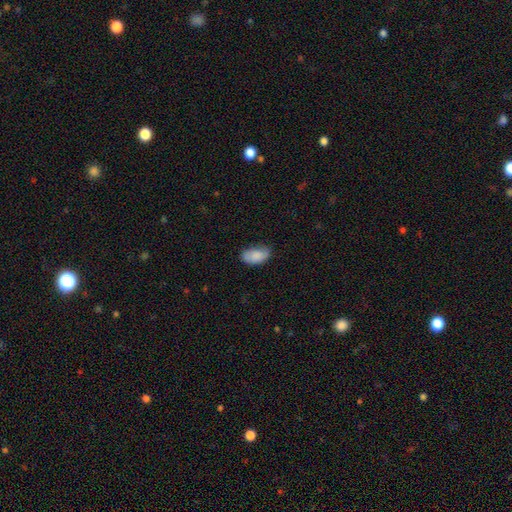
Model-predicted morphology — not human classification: A smooth galaxy with no disk features (85%) that is in between round and cigar-shaped (94%).

Vote fractions:
- Smooth or featured? smooth: 85% / featured or disk: 8% / star or artifact: 7%
- How rounded? in between: 94% / round: 4% / cigar-shaped: 2%
- Merging? none: 67% / minor disturbance: 27% / major disturbance: 5% / merger: 1%